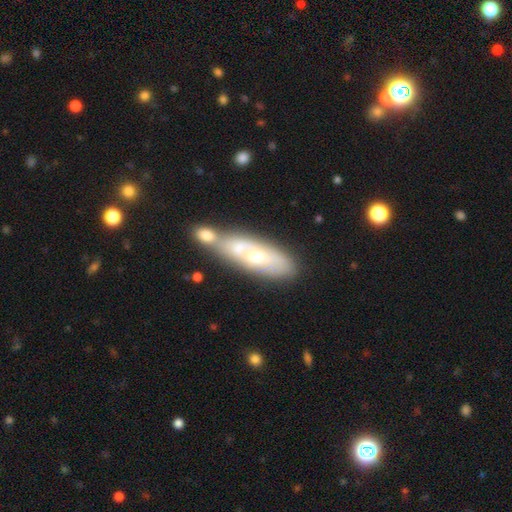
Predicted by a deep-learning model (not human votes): A featured or disk galaxy (52%).

Vote fractions:
- Smooth or featured? featured or disk: 52% / smooth: 38% / star or artifact: 10%
- Edge-on disk? no: 64% / yes: 36%
- Merging? none: 57% / merger: 23% / minor disturbance: 15% / major disturbance: 5%